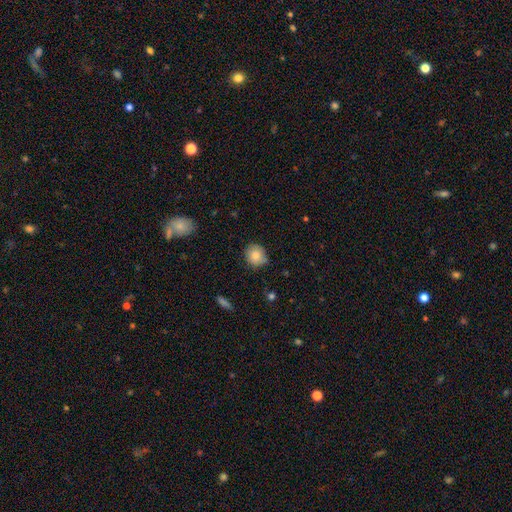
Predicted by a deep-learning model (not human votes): smooth_or_featured: smooth (p=0.84) [alt: star or artifact p=0.09]
how_rounded: round (p=0.81) [alt: in between p=0.18]
merging: none (p=0.75) [alt: minor disturbance p=0.21]